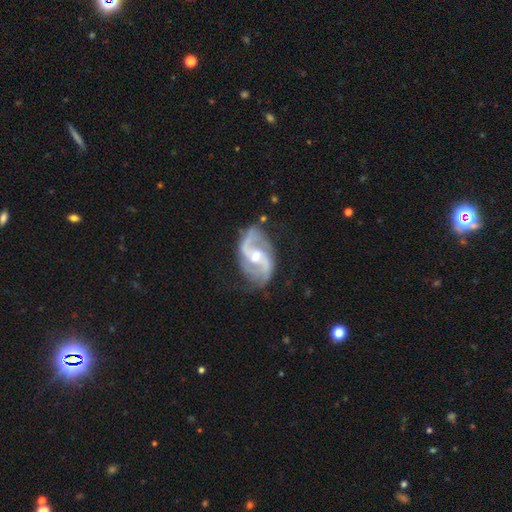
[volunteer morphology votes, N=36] smooth_or_featured: featured or disk (p=0.92) [alt: smooth p=0.06]
disk_edge_on: no (p=0.94) [alt: yes p=0.06]
bar: strong (p=0.55) [alt: weak p=0.32]
has_spiral_arms: yes (p=0.90) [alt: no p=0.10]
spiral_winding: loose (p=0.71) [alt: medium p=0.29]
spiral_arm_count: 2 (p=0.96) [alt: 4 p=0.04]
bulge_size: moderate (p=0.61) [alt: small p=0.35]
merging: none (p=0.60) [alt: major disturbance p=0.20]